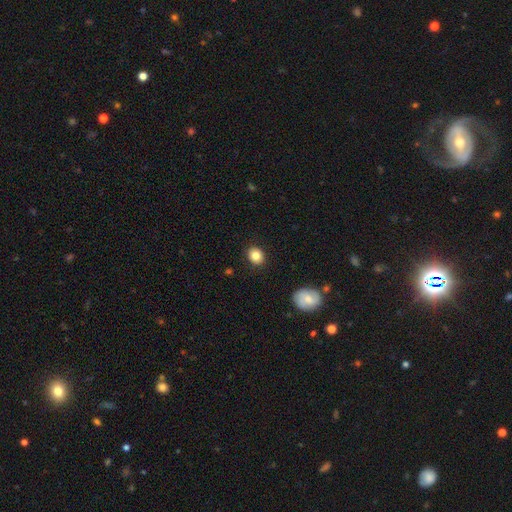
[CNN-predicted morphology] Smooth or featured?
  - smooth: 84% *
  - star or artifact: 9%
  - featured or disk: 7%
How rounded?
  - round: 60% *
  - in between: 39%
  - cigar-shaped: 1%
Merging?
  - none: 88% *
  - minor disturbance: 9%
  - major disturbance: 2%
  - merger: 1%